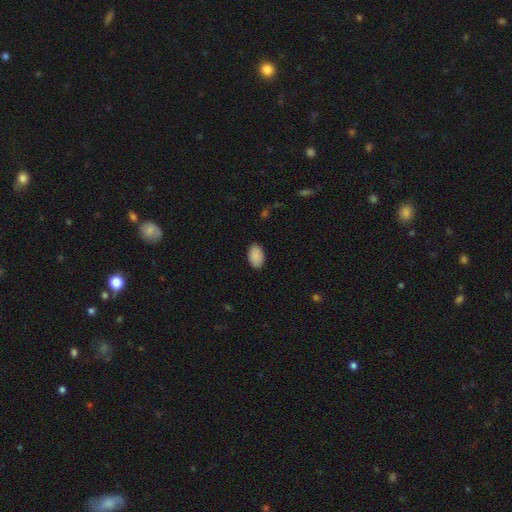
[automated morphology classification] smooth_or_featured: smooth (p=0.90) [alt: star or artifact p=0.07]
how_rounded: in between (p=0.93) [alt: round p=0.06]
merging: none (p=0.87) [alt: minor disturbance p=0.10]